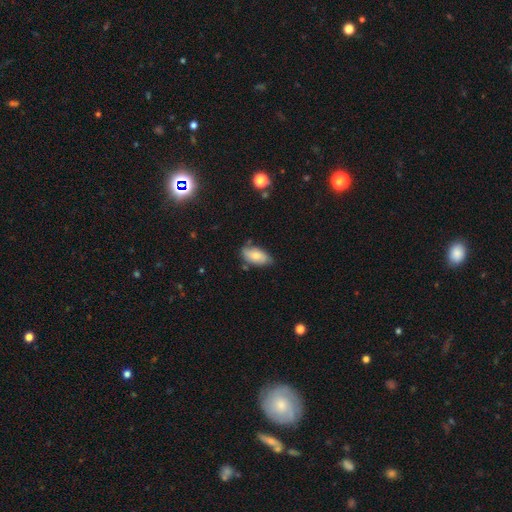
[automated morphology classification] This is likely a smooth galaxy (69%). How rounded: clearly in between (91%). Merging: likely none (71%).